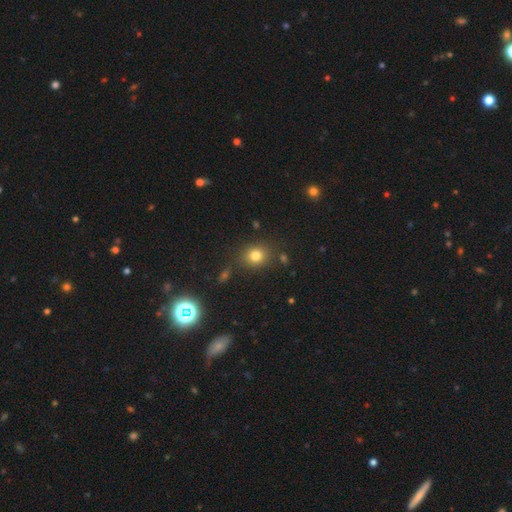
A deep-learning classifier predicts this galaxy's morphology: Q: Smooth or featured?
A: smooth (78%); runner-up: star or artifact (15%)
Q: How rounded?
A: round (70%); runner-up: in between (29%)
Q: Merging?
A: none (82%); runner-up: minor disturbance (11%)